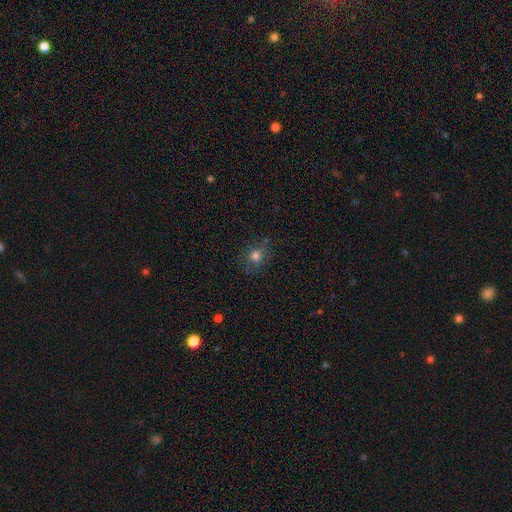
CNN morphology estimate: Q: Smooth or featured?
A: smooth (77%); runner-up: star or artifact (15%)
Q: How rounded?
A: round (83%); runner-up: in between (16%)
Q: Merging?
A: none (82%); runner-up: minor disturbance (12%)